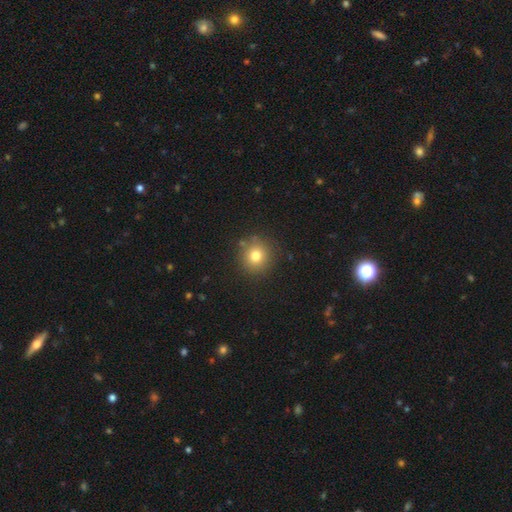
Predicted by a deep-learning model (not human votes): This is likely a smooth galaxy (76%). How rounded: clearly round (92%). Merging: clearly none (86%).